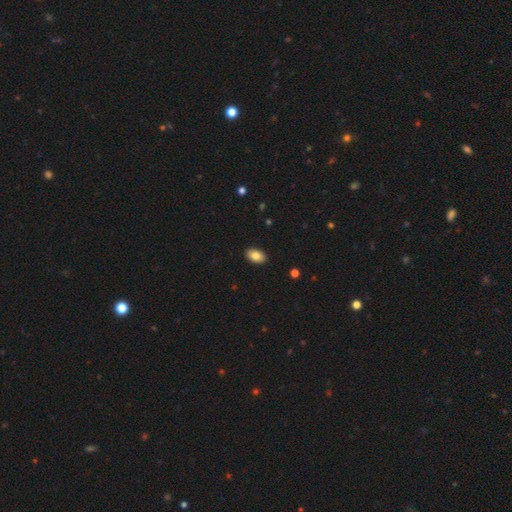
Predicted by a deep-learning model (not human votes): smooth_or_featured: smooth (p=0.83) [alt: featured or disk p=0.09]
how_rounded: in between (p=0.91) [alt: round p=0.08]
merging: none (p=0.90) [alt: minor disturbance p=0.07]